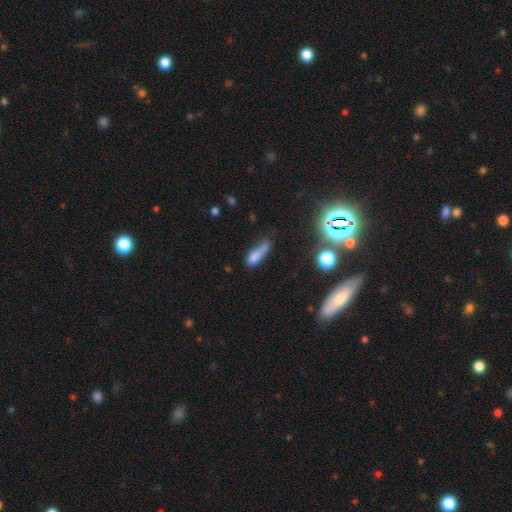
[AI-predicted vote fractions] This appears to be a smooth galaxy with no disk features (70%) that is cigar-shaped (50%). Merging: none (30%, tied with minor disturbance).